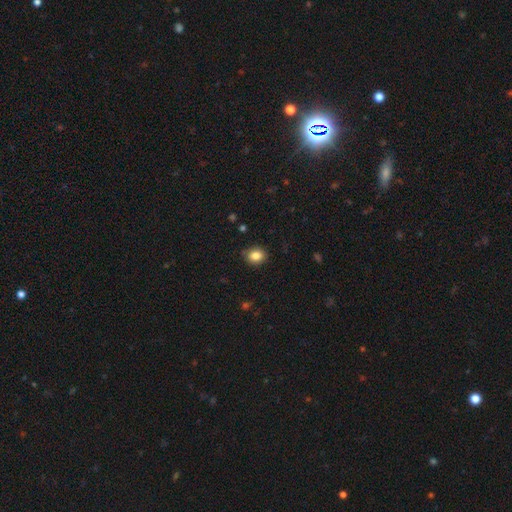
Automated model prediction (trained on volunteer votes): smooth 85%, star or artifact 9%, featured or disk 6%. Down the decision tree: how rounded — round (54%); merging — none (84%).